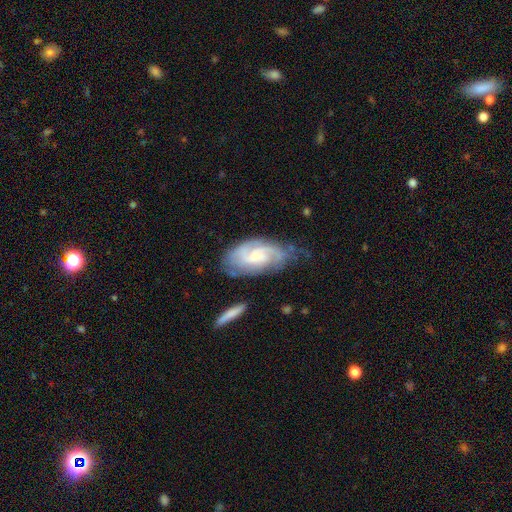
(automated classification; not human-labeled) smooth_or_featured: featured or disk (p=0.79) [alt: smooth p=0.16]
disk_edge_on: no (p=0.96) [alt: yes p=0.04]
bar: no (p=0.51) [alt: weak p=0.43]
has_spiral_arms: yes (p=0.95) [alt: no p=0.05]
spiral_winding: medium (p=0.43) [tied with: tight p=0.43]
spiral_arm_count: 2 (p=0.44) [alt: can't tell p=0.24]
bulge_size: small (p=0.51) [alt: moderate p=0.37]
merging: none (p=0.60) [alt: minor disturbance p=0.26]